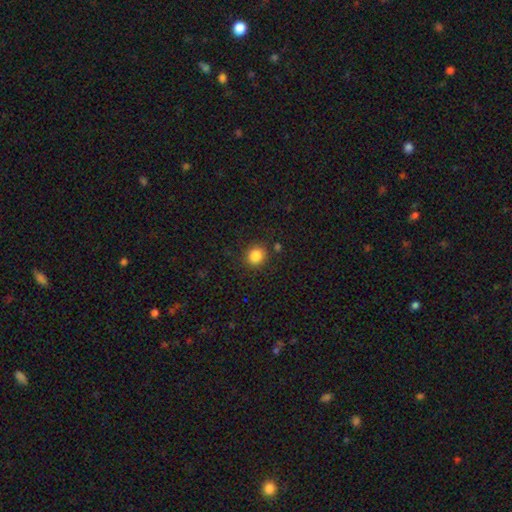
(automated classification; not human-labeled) This appears to be a smooth galaxy with no disk features (85%) that is round (83%). Merging: none (85%).